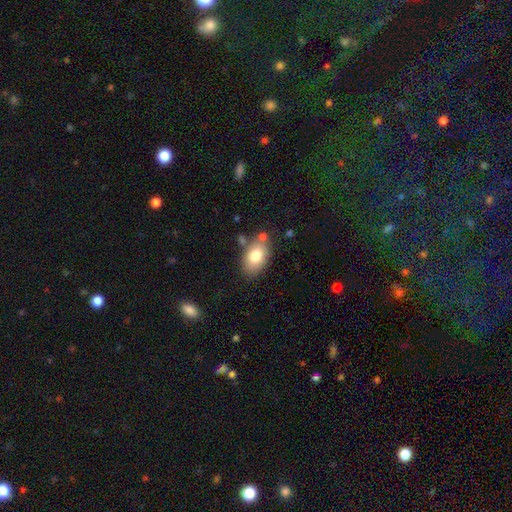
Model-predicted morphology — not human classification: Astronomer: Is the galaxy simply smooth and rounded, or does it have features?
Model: smooth — 78%.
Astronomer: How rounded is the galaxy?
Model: in between — 89%.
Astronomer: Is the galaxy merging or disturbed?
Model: none — 71%.